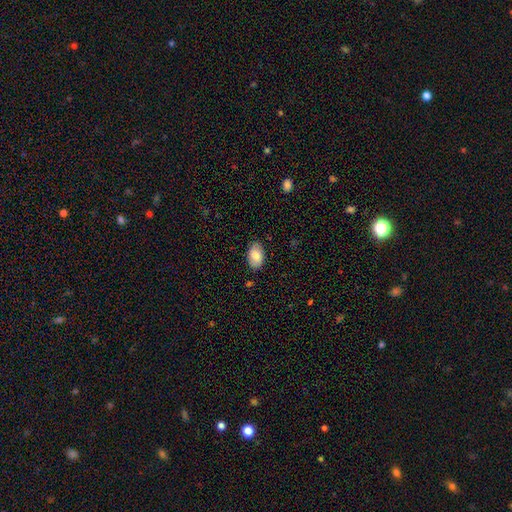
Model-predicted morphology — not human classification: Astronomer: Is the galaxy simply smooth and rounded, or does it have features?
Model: smooth — 81%.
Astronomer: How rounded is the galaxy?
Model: in between — 93%.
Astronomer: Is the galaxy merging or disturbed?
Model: none — 85%.